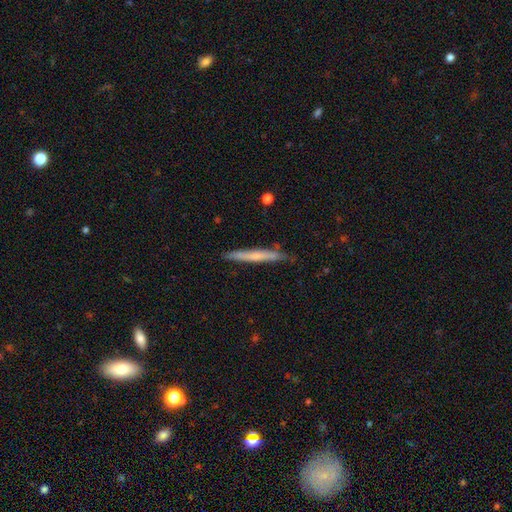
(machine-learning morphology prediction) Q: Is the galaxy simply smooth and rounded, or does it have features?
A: smooth — 55%.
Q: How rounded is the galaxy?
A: cigar-shaped — 96%.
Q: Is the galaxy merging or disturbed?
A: none — 84%.